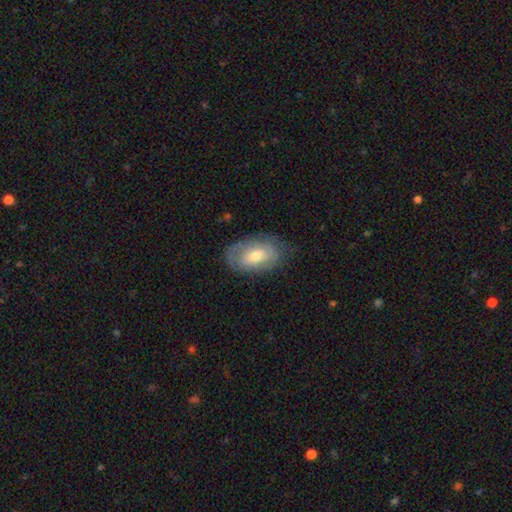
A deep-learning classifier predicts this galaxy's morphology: Smooth or featured?
  - smooth: 47% *
  - featured or disk: 46%
  - star or artifact: 7%
Merging?
  - none: 69% *
  - minor disturbance: 22%
  - major disturbance: 8%
  - merger: 1%